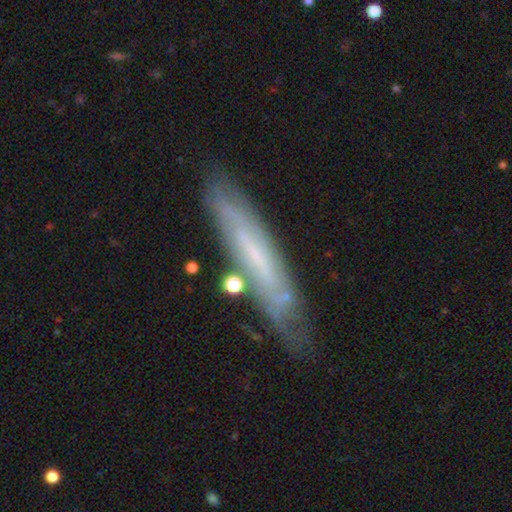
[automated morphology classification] A featured or disk galaxy (61%) viewed edge-on (55%).

Vote fractions:
- Smooth or featured? featured or disk: 61% / smooth: 31% / star or artifact: 8%
- Edge-on disk? yes: 55% / no: 45%
- Merging? none: 71% / minor disturbance: 20% / major disturbance: 6% / merger: 4%